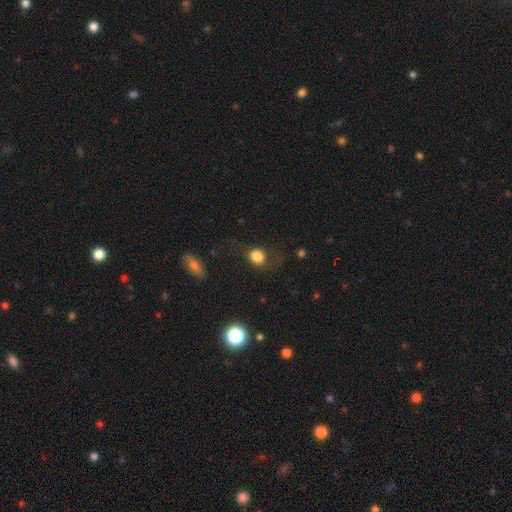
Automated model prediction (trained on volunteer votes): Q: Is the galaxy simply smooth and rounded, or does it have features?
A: smooth — 78%.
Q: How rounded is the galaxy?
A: round — 64%.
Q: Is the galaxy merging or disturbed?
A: none — 48%.